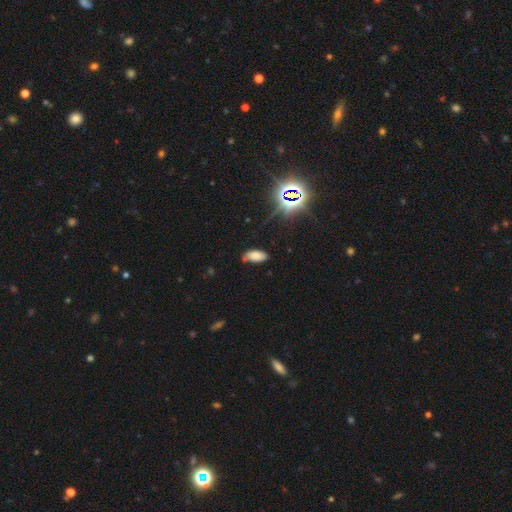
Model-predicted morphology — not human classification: The model was most divided on "merging": none: 67%, minor disturbance: 24%, major disturbance: 6%, merger: 3%. More confident: how rounded — in between (90%); smooth or featured — smooth (72%).